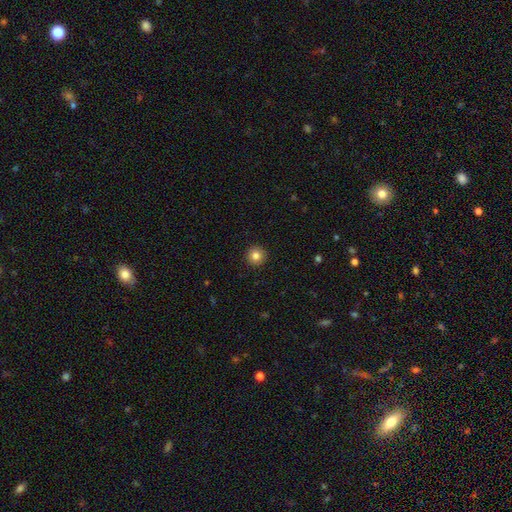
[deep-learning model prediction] Morphology: type=smooth (84%); roundness=round (96%); merging=none (93%).